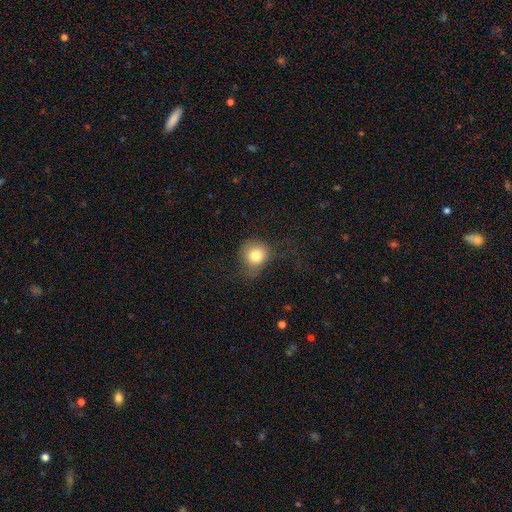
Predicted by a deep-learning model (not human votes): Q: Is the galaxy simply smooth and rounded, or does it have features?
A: smooth — 79%.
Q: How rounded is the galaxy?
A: round — 82%.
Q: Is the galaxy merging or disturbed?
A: none — 56%.